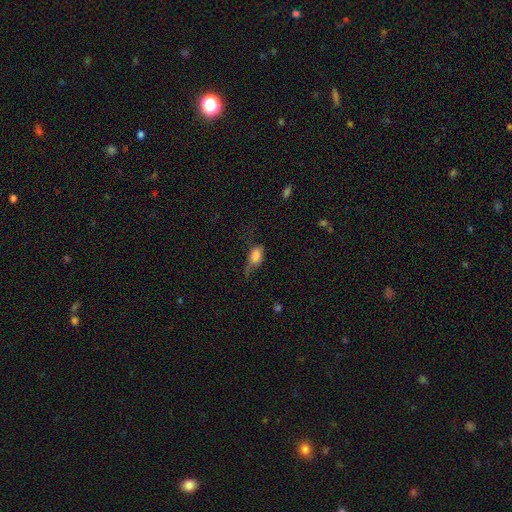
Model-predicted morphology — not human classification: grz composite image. It shows a smooth galaxy with no disk features (73%) that is in between round and cigar-shaped (83%). Merging: major disturbance (37%).